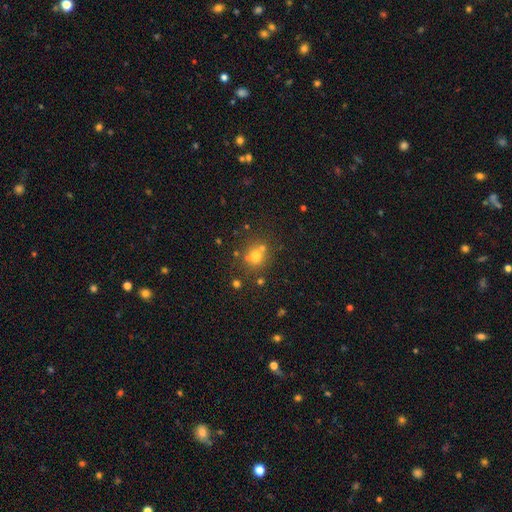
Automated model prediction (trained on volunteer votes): Q: Smooth or featured?
A: smooth (63%); runner-up: star or artifact (26%)
Q: How rounded?
A: round (80%); runner-up: in between (19%)
Q: Merging?
A: none (64%); runner-up: merger (21%)